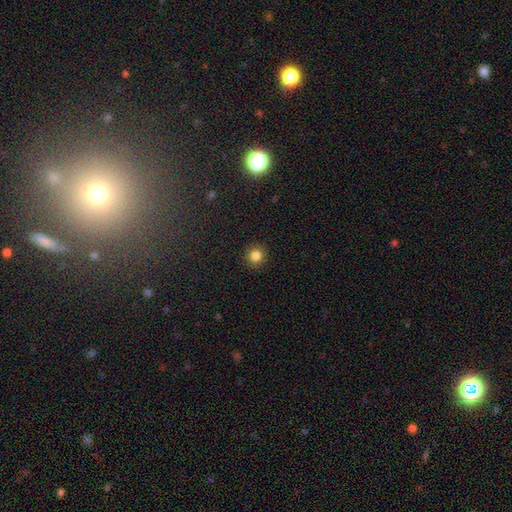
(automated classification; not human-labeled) Q: Smooth or featured?
A: smooth (84%); runner-up: star or artifact (11%)
Q: How rounded?
A: round (93%); runner-up: in between (6%)
Q: Merging?
A: none (91%); runner-up: minor disturbance (6%)